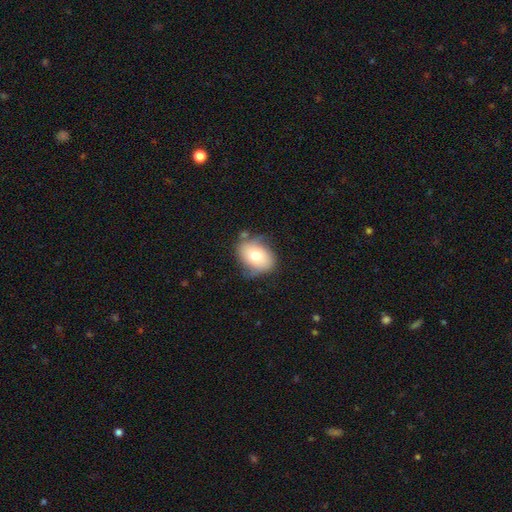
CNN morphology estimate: smooth 67%, featured or disk 24%, star or artifact 9%. Down the decision tree: how rounded — in between (68%); merging — none (64%).